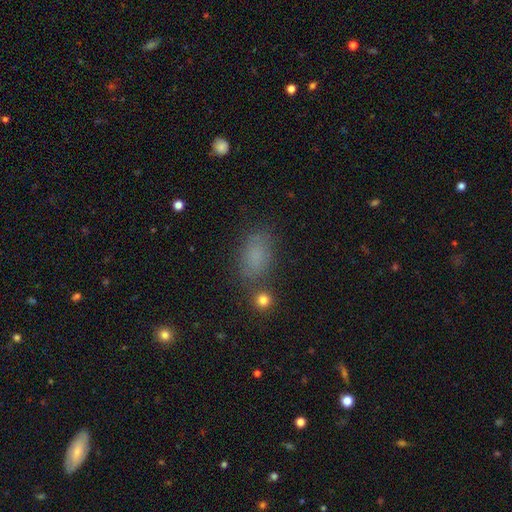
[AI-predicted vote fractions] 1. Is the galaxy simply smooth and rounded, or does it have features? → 77% smooth, 15% star or artifact, 8% featured or disk.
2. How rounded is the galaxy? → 85% in between, 13% round, 2% cigar-shaped.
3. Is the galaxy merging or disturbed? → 71% none, 17% minor disturbance, 6% major disturbance, 6% merger.